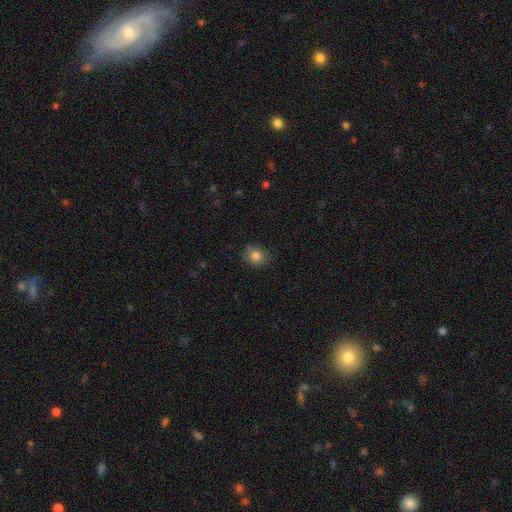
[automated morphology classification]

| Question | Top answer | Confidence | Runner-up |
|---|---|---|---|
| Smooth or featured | smooth | 83% | star or artifact (11%) |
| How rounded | round | 71% | in between (28%) |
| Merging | none | 81% | minor disturbance (15%) |